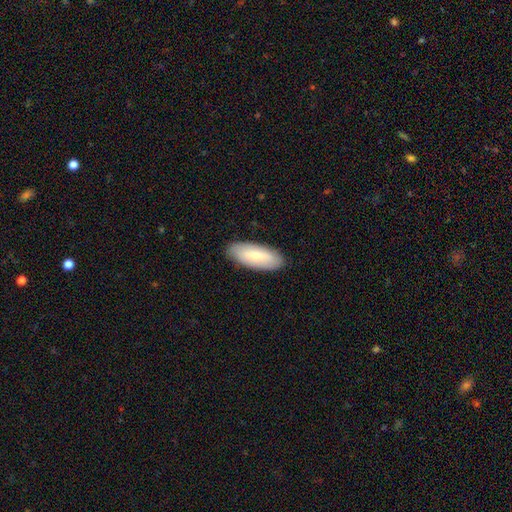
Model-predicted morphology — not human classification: Overall: smooth (71%). How rounded: in between (79%). Merging: none (88%).